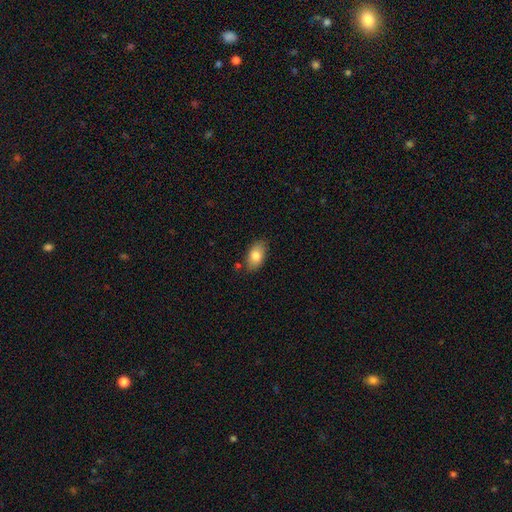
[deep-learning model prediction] Overall: smooth (83%). How rounded: in between (92%). Merging: none (79%).